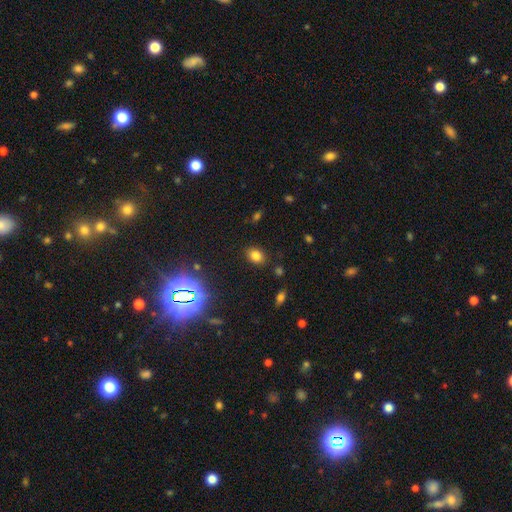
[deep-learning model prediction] The model was most divided on "how rounded": in between: 69%, round: 30%, cigar-shaped: 1%. More confident: merging — none (85%); smooth or featured — smooth (78%).